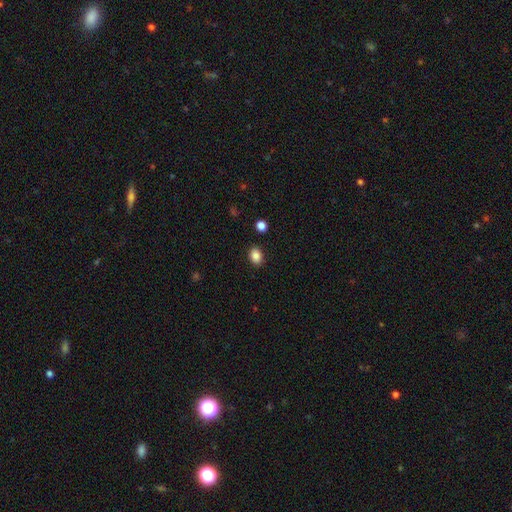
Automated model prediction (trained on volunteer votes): This appears to be a smooth galaxy with no disk features (87%) that is in between round and cigar-shaped (71%). Merging: none (88%).